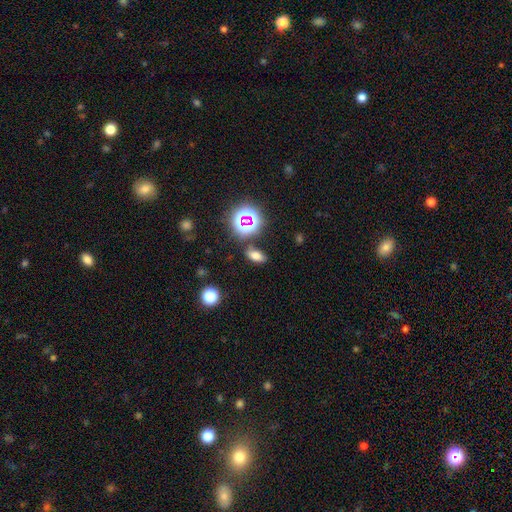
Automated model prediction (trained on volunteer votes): A smooth galaxy with no disk features (65%) that is in between round and cigar-shaped (82%). Merging: none (81%).